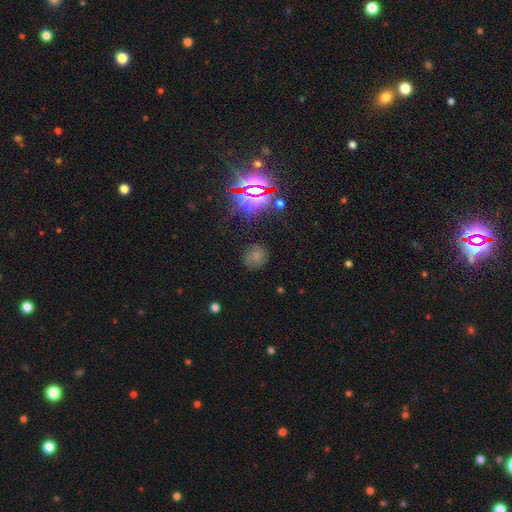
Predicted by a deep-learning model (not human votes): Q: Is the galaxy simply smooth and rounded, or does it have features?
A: smooth — 59%.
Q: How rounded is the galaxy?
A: round — 77%.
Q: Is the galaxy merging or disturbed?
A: none — 77%.